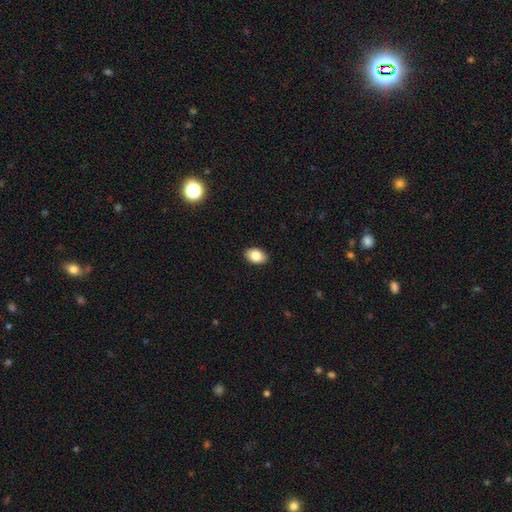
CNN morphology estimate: smooth 86%, star or artifact 8%, featured or disk 7%. Down the decision tree: how rounded — in between (87%); merging — none (90%).